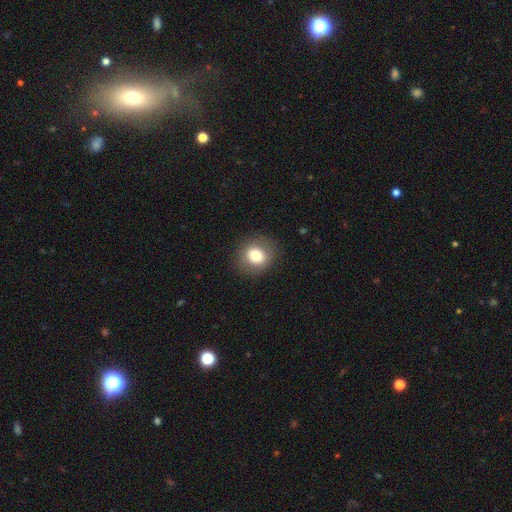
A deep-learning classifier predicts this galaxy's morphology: Smooth or featured? Predicted: smooth (p=0.78). How rounded? Predicted: round (p=0.80). Merging? Predicted: none (p=0.88).